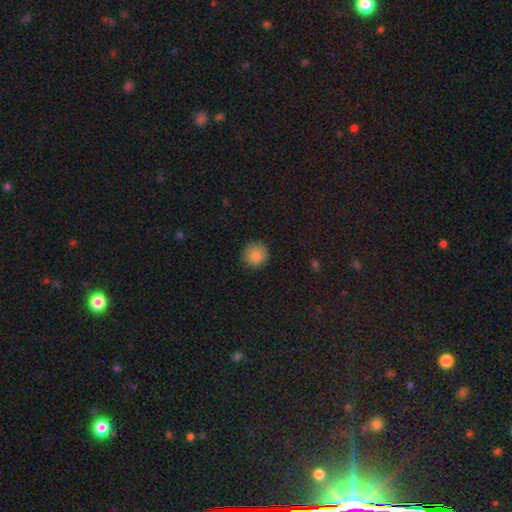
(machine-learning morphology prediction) Smooth or featured?
  - smooth: 86% *
  - star or artifact: 9%
  - featured or disk: 6%
How rounded?
  - round: 92% *
  - in between: 7%
  - cigar-shaped: 1%
Merging?
  - none: 87% *
  - minor disturbance: 10%
  - major disturbance: 2%
  - merger: 1%